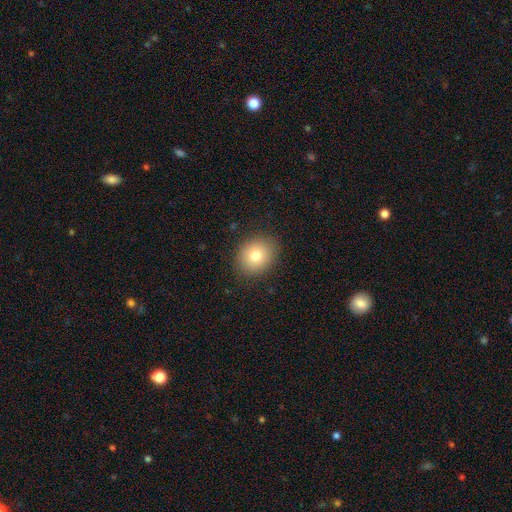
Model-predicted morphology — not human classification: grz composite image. It shows a smooth galaxy with no disk features (78%) that is round (64%). Merging: none (87%).